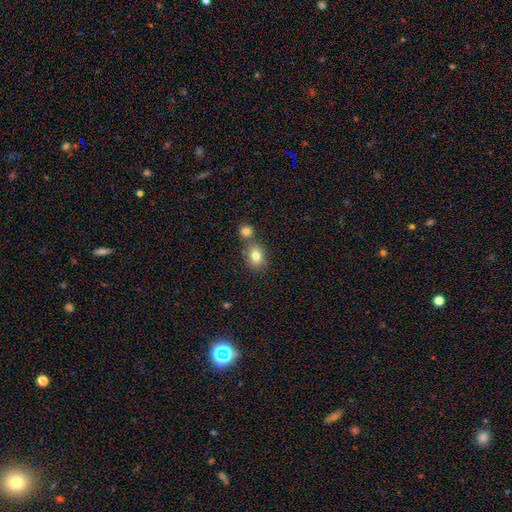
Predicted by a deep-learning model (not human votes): smooth 81%, star or artifact 10%, featured or disk 9%. Down the decision tree: how rounded — in between (65%); merging — none (62%).